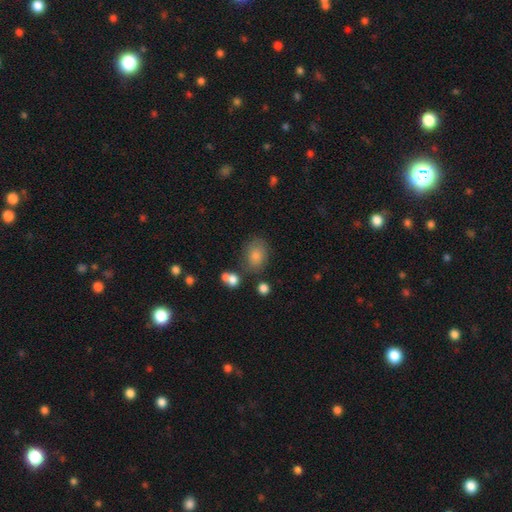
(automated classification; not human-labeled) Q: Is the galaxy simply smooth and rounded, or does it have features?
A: smooth — 79%.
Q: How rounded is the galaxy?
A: in between — 65%.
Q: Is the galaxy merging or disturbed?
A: none — 71%.